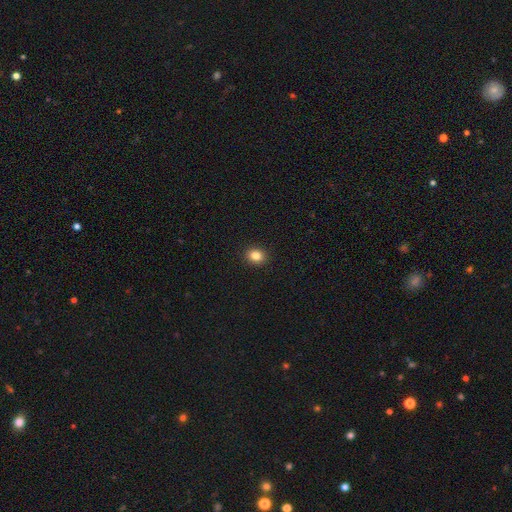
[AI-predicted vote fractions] Q: Smooth or featured?
A: smooth (84%); runner-up: star or artifact (11%)
Q: How rounded?
A: round (62%); runner-up: in between (38%)
Q: Merging?
A: none (92%); runner-up: minor disturbance (5%)